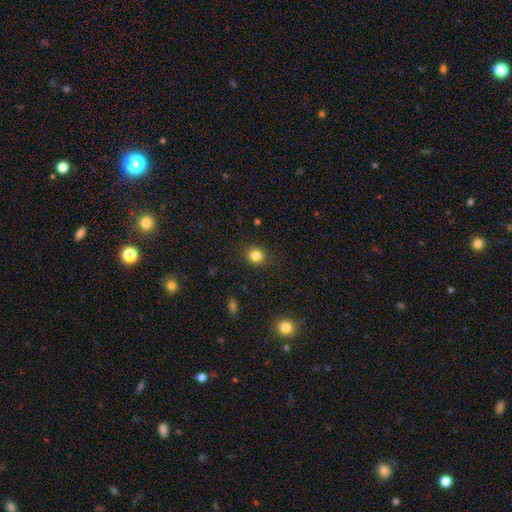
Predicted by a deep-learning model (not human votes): Smooth or featured: smooth — 84% (star or artifact — 12%)
How rounded: round — 83% (in between — 16%)
Merging: none — 90% (minor disturbance — 7%)